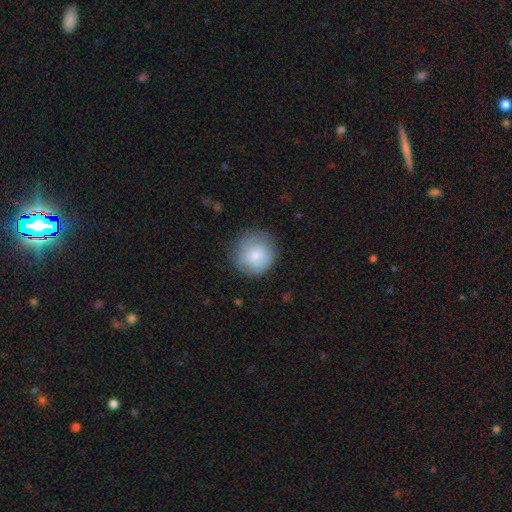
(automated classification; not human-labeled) Morphology: type=smooth (76%); roundness=round (91%); merging=none (75%).